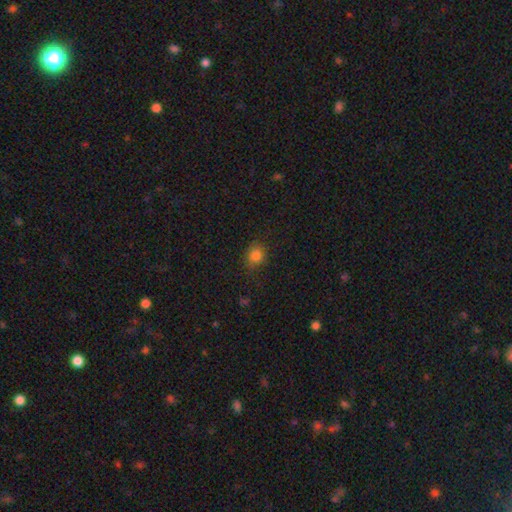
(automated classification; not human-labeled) A smooth galaxy with no disk features (82%) that is round (75%). Merging: none (82%).